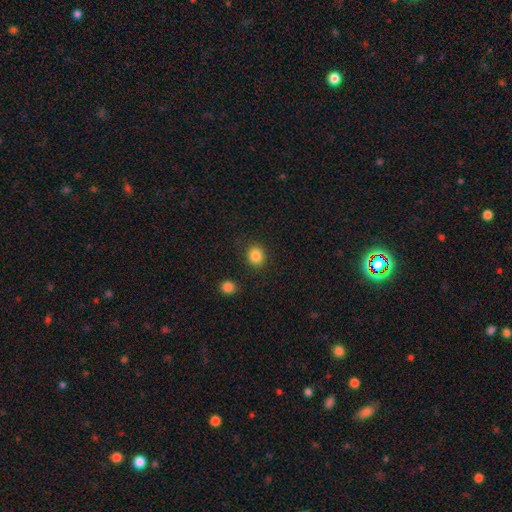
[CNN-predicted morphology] A smooth galaxy with no disk features (86%) that is round (74%).

Vote fractions:
- Smooth or featured? smooth: 86% / star or artifact: 10% / featured or disk: 4%
- How rounded? round: 74% / in between: 26% / cigar-shaped: 1%
- Merging? none: 86% / minor disturbance: 8% / major disturbance: 3% / merger: 3%